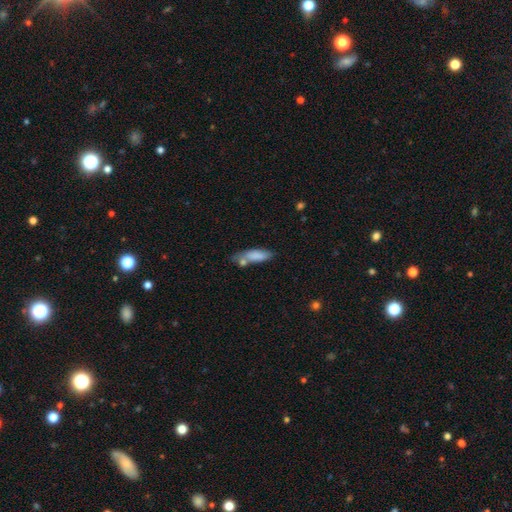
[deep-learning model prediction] This is likely a smooth galaxy (79%). How rounded: possibly in between (54%). Merging: possibly none (47%).